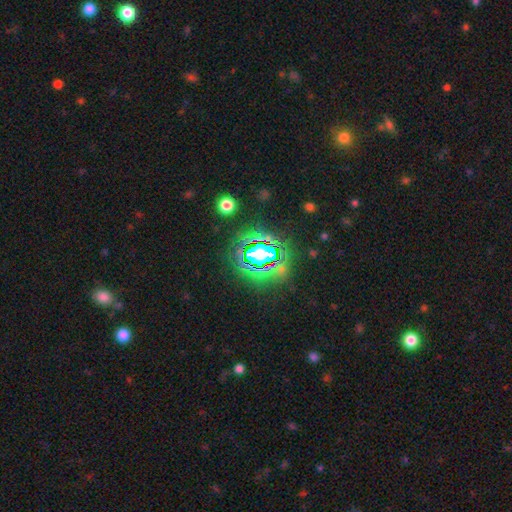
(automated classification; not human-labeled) smooth_or_featured: star or artifact (p=0.78) [alt: smooth p=0.14]